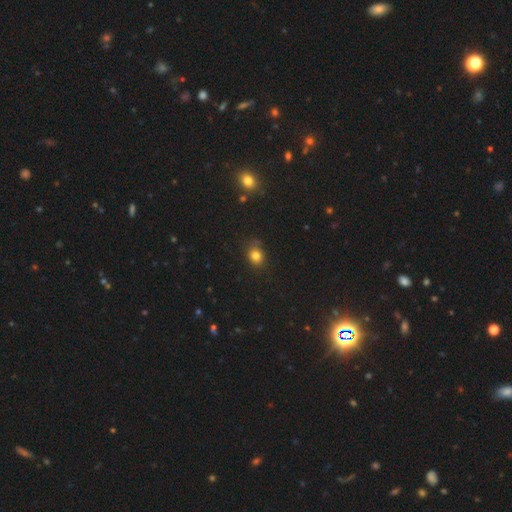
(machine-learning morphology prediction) Smooth or featured: smooth — 80% (star or artifact — 14%)
How rounded: round — 58% (in between — 41%)
Merging: none — 75% (minor disturbance — 19%)